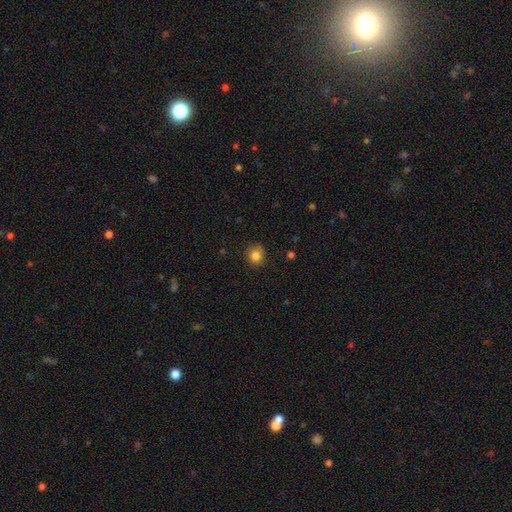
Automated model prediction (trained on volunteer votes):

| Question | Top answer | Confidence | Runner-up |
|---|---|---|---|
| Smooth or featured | smooth | 83% | star or artifact (11%) |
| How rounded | round | 88% | in between (11%) |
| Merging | none | 86% | minor disturbance (11%) |